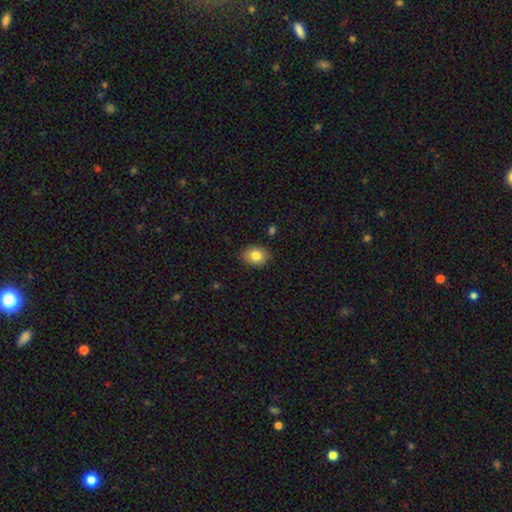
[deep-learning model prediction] Q: Smooth or featured?
A: smooth (83%); runner-up: star or artifact (9%)
Q: How rounded?
A: in between (62%); runner-up: round (37%)
Q: Merging?
A: none (86%); runner-up: minor disturbance (11%)